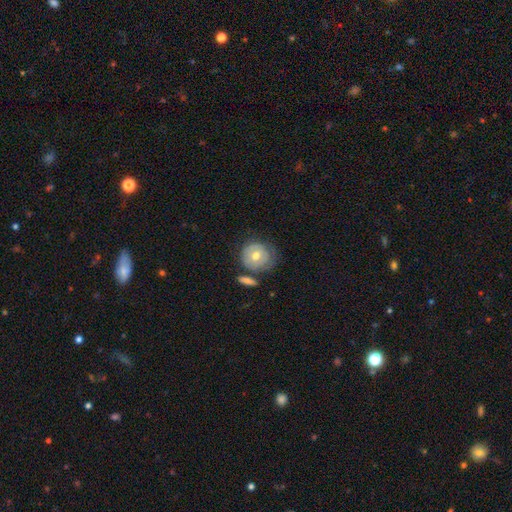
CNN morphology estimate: Overall: smooth (58%; featured or disk 35%). How rounded: round (84%). Merging: none (58%; minor disturbance 23%).